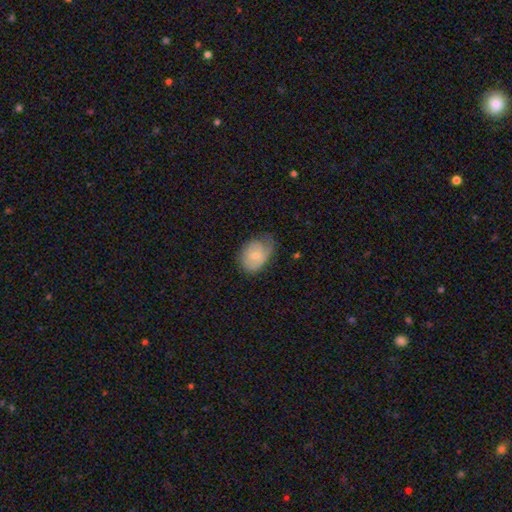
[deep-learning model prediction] Smooth or featured? smooth (67%)
How rounded? in between (74%)
Merging? none (42%)